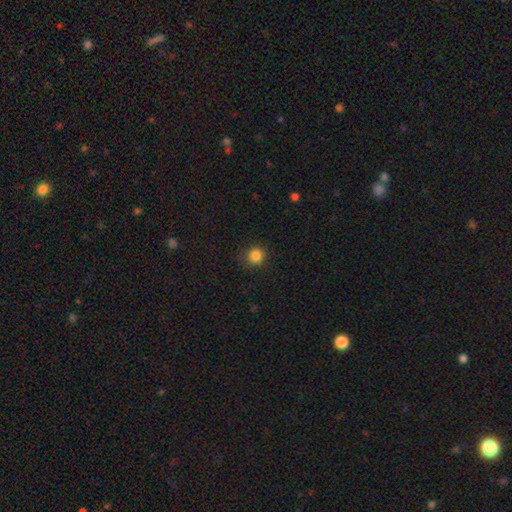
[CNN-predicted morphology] smooth_or_featured: smooth (p=0.84) [alt: star or artifact p=0.12]
how_rounded: round (p=0.91) [alt: in between p=0.08]
merging: none (p=0.83) [alt: minor disturbance p=0.12]